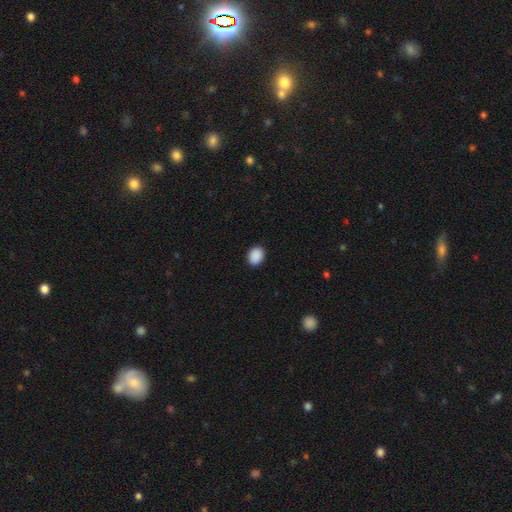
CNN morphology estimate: A smooth galaxy with no disk features (90%) that is in between round and cigar-shaped (56%).

Vote fractions:
- Smooth or featured? smooth: 90% / star or artifact: 8% / featured or disk: 2%
- How rounded? in between: 56% / round: 43% / cigar-shaped: 1%
- Merging? none: 90% / minor disturbance: 7% / major disturbance: 2% / merger: 1%